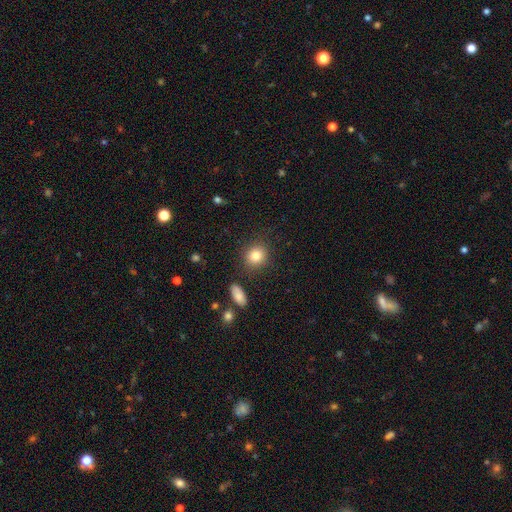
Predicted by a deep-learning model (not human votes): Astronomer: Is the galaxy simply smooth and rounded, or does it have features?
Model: smooth — 83%.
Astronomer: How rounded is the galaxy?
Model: round — 80%.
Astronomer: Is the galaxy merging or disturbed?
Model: none — 85%.